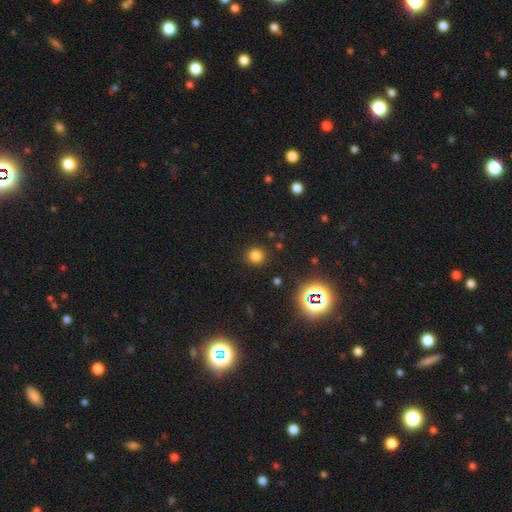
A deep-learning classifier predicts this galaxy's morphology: smooth 77%, star or artifact 18%, featured or disk 5%. Down the decision tree: how rounded — round (92%); merging — none (90%).